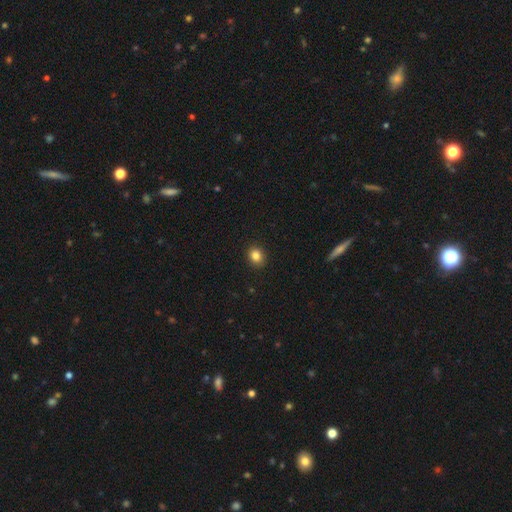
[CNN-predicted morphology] A smooth galaxy with no disk features (85%) that is round (69%). Merging: none (90%).